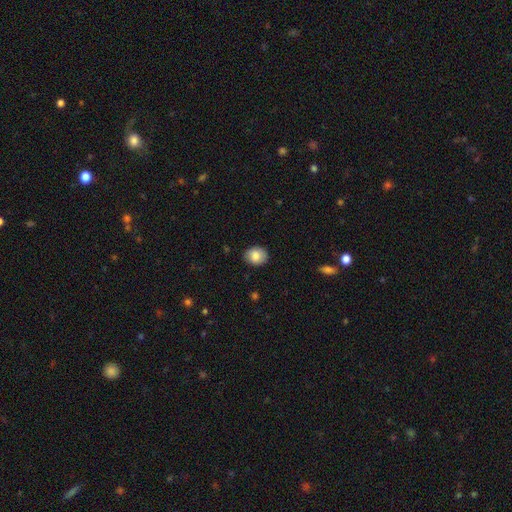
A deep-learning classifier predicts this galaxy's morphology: This appears to be a smooth galaxy with no disk features (84%) that is round (60%). Merging: none (85%).